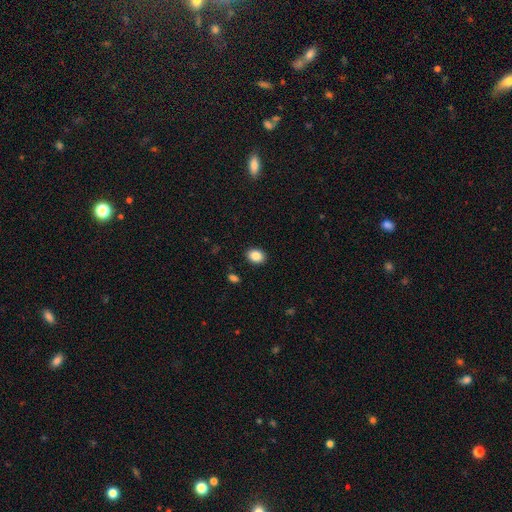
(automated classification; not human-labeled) Smooth or featured?
  - smooth: 87% *
  - star or artifact: 9%
  - featured or disk: 5%
How rounded?
  - in between: 63% *
  - round: 36%
  - cigar-shaped: 1%
Merging?
  - none: 90% *
  - minor disturbance: 7%
  - major disturbance: 2%
  - merger: 1%